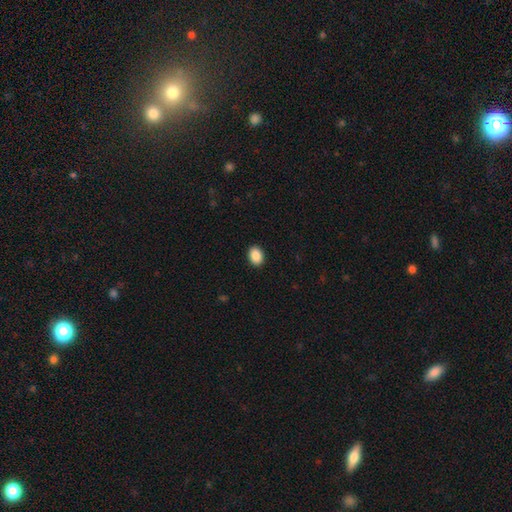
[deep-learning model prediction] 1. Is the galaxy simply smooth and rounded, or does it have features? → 89% smooth, 8% star or artifact, 3% featured or disk.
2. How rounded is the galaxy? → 74% in between, 25% round, 1% cigar-shaped.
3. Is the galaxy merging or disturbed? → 91% none, 6% minor disturbance, 2% major disturbance, 1% merger.